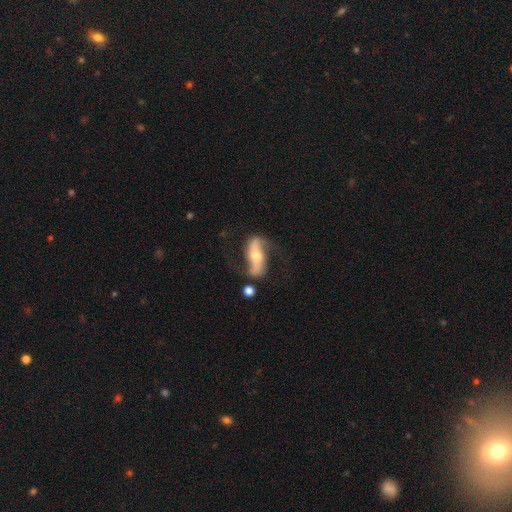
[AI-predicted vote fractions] Smooth or featured?
  - featured or disk: 79% *
  - smooth: 15%
  - star or artifact: 5%
Edge-on disk?
  - no: 86% *
  - yes: 14%
Bar?
  - strong: 44% *
  - no: 34%
  - weak: 22%
Spiral arms?
  - yes: 91% *
  - no: 9%
Spiral winding?
  - loose: 76% *
  - medium: 18%
  - tight: 7%
Spiral arm count?
  - 2: 92% *
  - can't tell: 3%
  - 1: 2%
  - 3: 1%
  - 4: 1%
  - more than 4: 1%
Bulge size?
  - moderate: 61% *
  - small: 32%
  - large: 5%
  - none: 1%
  - dominant: 1%
Merging?
  - none: 69% *
  - minor disturbance: 18%
  - major disturbance: 10%
  - merger: 4%